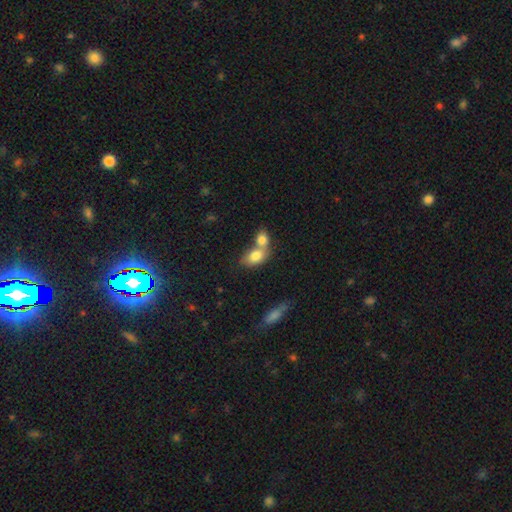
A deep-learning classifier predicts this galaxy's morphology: This appears to be a smooth galaxy with no disk features (79%) that is in between round and cigar-shaped (80%). Merging: merger (67%).